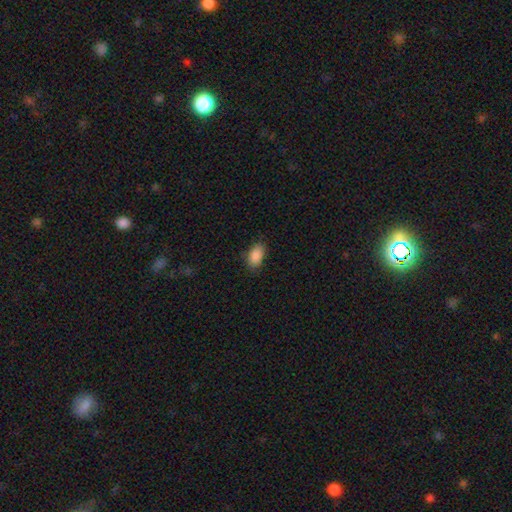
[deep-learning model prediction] Morphology: type=smooth (89%); roundness=in between (92%); merging=none (81%).